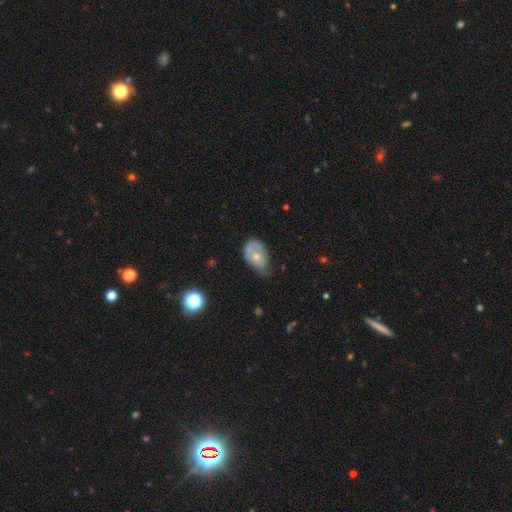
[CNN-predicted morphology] smooth_or_featured: smooth (p=0.49) [alt: featured or disk p=0.43]
merging: minor disturbance (p=0.40) [alt: none p=0.31]